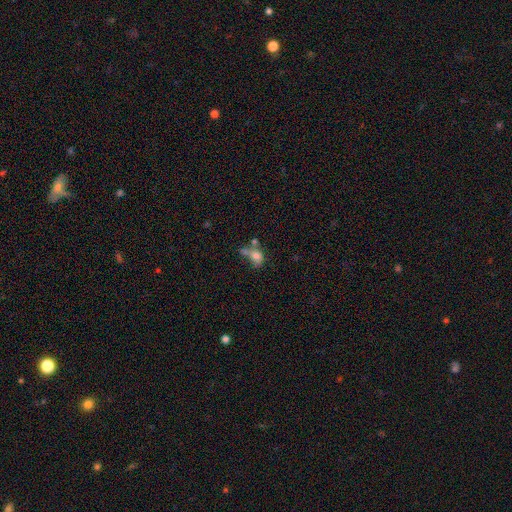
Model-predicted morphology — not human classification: Overall: smooth (67%). How rounded: in between (62%; round 35%). Merging: merger (36%; none 24%).